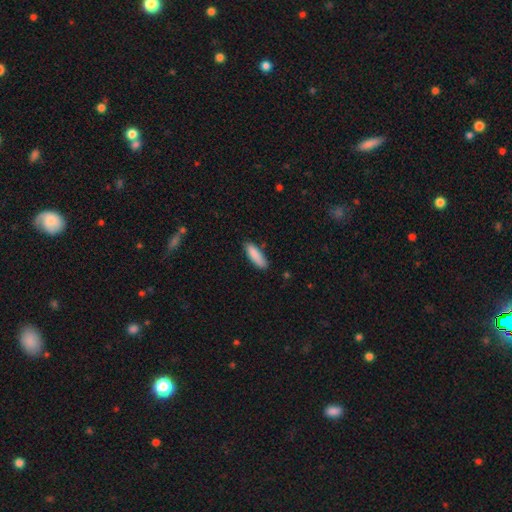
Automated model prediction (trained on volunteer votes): Smooth or featured? Predicted: smooth (p=0.88). How rounded? Predicted: cigar-shaped (p=0.52). Merging? Predicted: none (p=0.81).